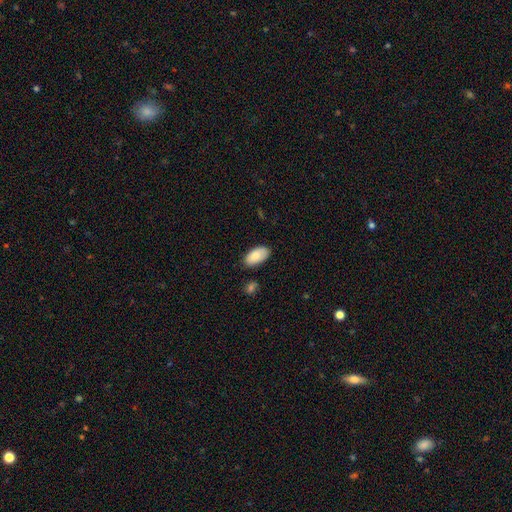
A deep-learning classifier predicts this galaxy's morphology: This is clearly a smooth galaxy (81%). How rounded: clearly in between (95%). Merging: likely none (79%).